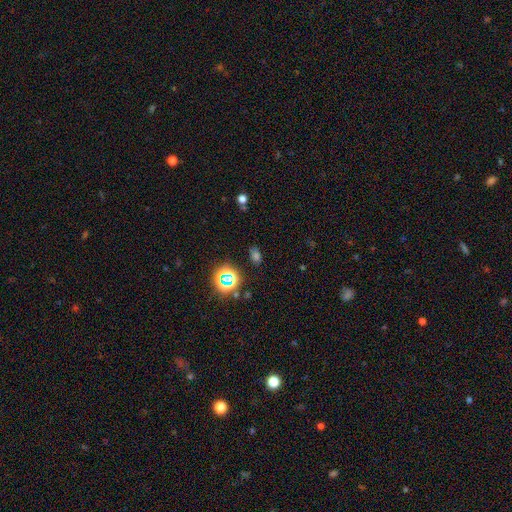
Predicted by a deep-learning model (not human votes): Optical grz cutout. It shows a smooth galaxy with no disk features (55%) that is in between round and cigar-shaped (72%). Merging: none (81%).